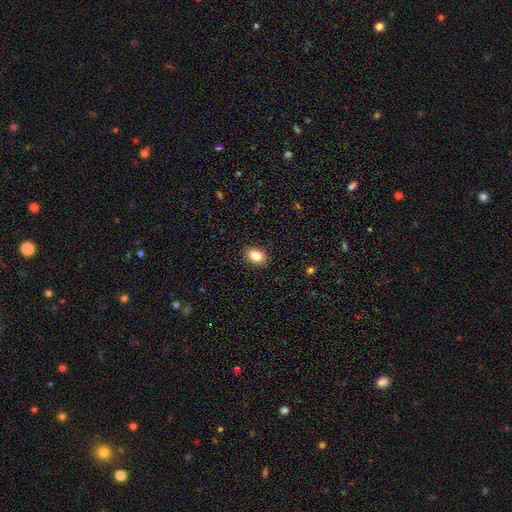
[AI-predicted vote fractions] This appears to be a smooth galaxy with no disk features (85%) that is in between round and cigar-shaped (83%). Merging: none (89%).